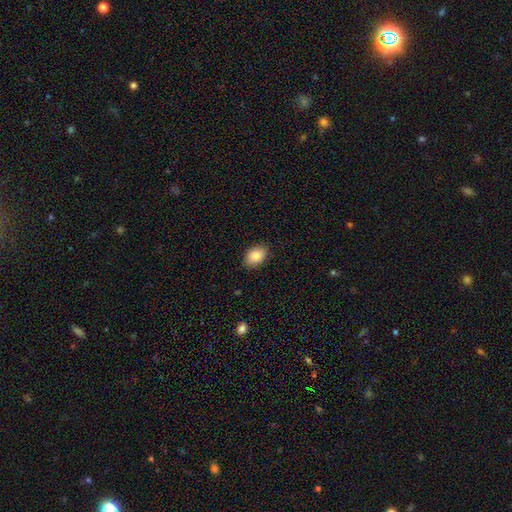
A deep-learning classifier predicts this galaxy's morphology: Smooth or featured: smooth — 87% (star or artifact — 7%)
How rounded: in between — 83% (round — 16%)
Merging: none — 87% (minor disturbance — 10%)